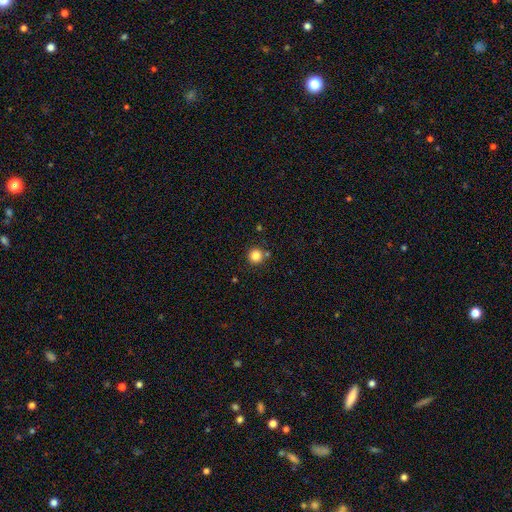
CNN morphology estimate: Overall: smooth (84%). How rounded: round (95%). Merging: none (83%).